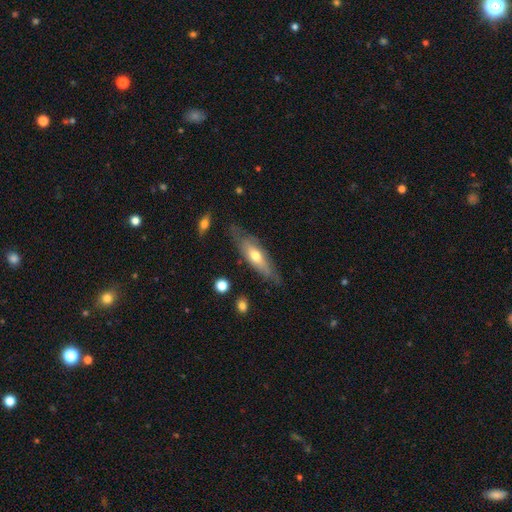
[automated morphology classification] This is possibly a smooth galaxy (48%). Merging: likely none (67%).